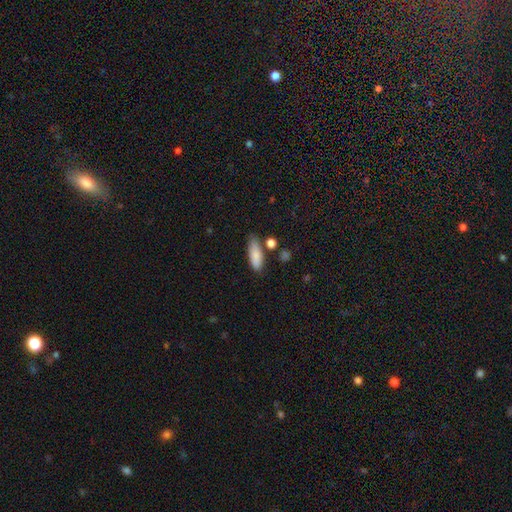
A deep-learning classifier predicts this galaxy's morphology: smooth-or-featured: smooth: 85% | featured or disk: 8% | star or artifact: 6%
  how-rounded: in between: 64% | cigar-shaped: 33% | round: 3%
  merging: none: 71% | minor disturbance: 18% | merger: 7% | major disturbance: 4%